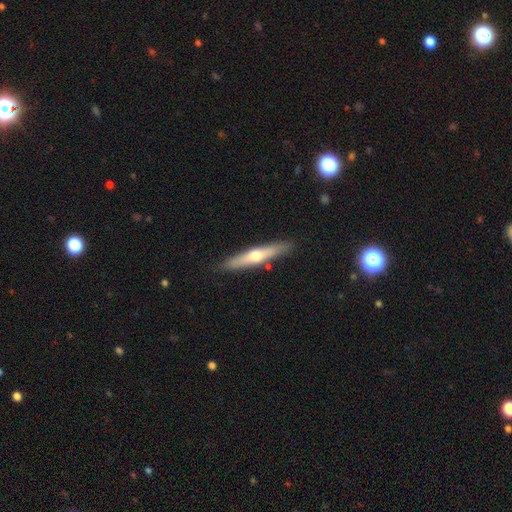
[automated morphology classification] A featured or disk galaxy (51%) viewed edge-on (92%). Merging: none (87%).